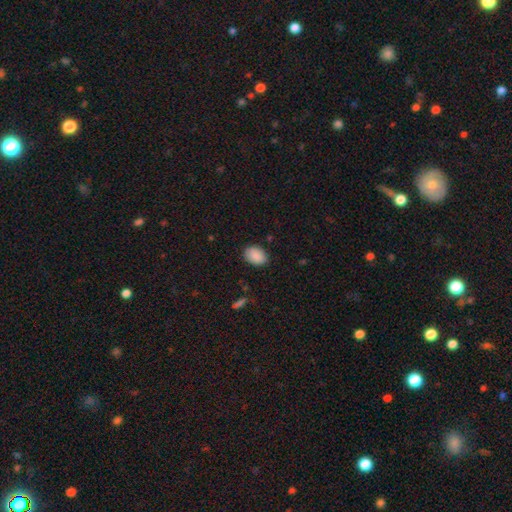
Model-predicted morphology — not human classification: Smooth or featured? Predicted: smooth (p=0.90). How rounded? Predicted: in between (p=0.77). Merging? Predicted: none (p=0.85).